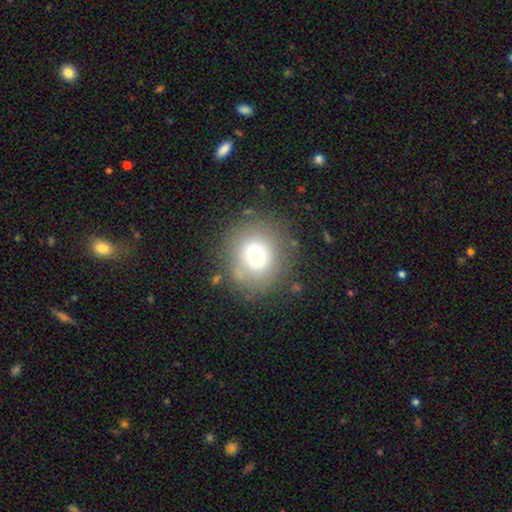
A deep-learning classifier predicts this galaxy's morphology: Smooth or featured: smooth — 69% (featured or disk — 20%)
How rounded: round — 77% (in between — 22%)
Merging: none — 75% (minor disturbance — 14%)